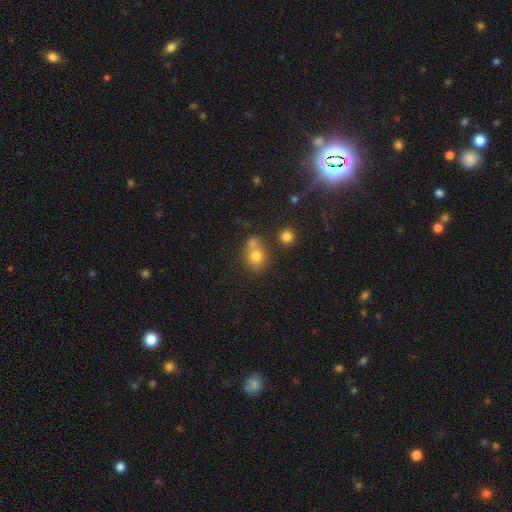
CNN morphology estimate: Smooth or featured? smooth (75%)
How rounded? round (68%)
Merging? none (50%)